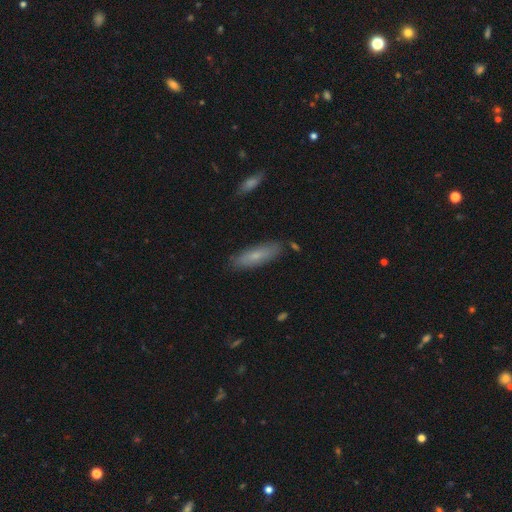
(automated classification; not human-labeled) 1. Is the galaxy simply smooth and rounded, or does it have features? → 67% smooth, 26% featured or disk, 7% star or artifact.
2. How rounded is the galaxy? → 58% cigar-shaped, 40% in between, 2% round.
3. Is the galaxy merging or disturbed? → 83% none, 12% minor disturbance, 2% merger, 2% major disturbance.